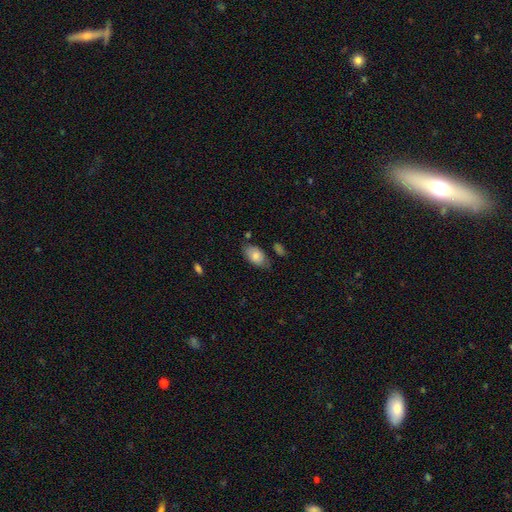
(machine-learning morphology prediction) This appears to be a smooth galaxy with no disk features (77%) that is in between round and cigar-shaped (93%). Merging: none (67%).